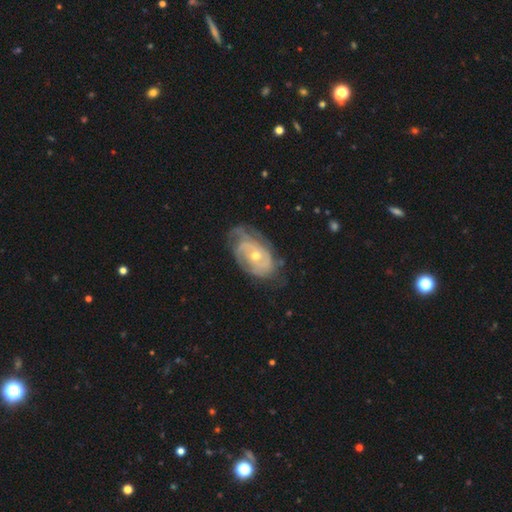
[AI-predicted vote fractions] featured or disk 82%, smooth 12%, star or artifact 6%. Down the decision tree: edge-on disk — no (95%); bar — no (73%); spiral arms — yes (90%); spiral arm count — can't tell (41%); spiral winding — tight (66%); bulge size — moderate (49%); merging — none (59%).